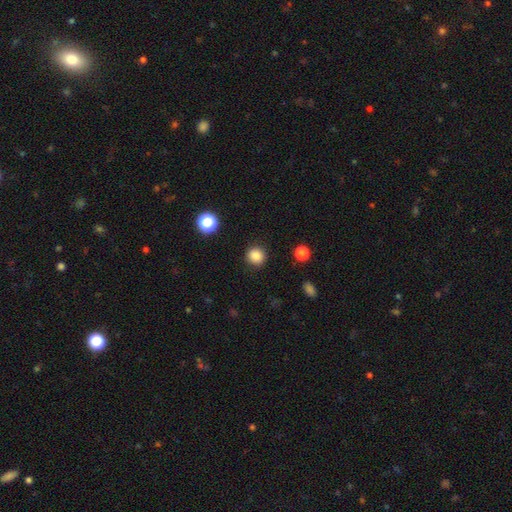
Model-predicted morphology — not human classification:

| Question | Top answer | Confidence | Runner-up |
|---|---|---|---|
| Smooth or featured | smooth | 85% | star or artifact (11%) |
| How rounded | round | 91% | in between (9%) |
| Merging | none | 90% | minor disturbance (6%) |